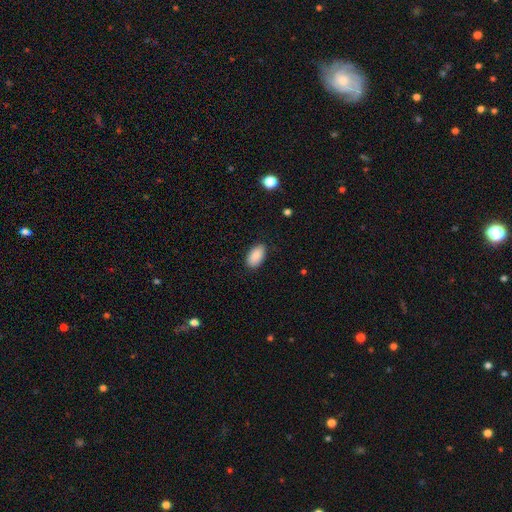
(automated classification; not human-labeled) The model was most divided on "merging": none: 85%, minor disturbance: 11%, major disturbance: 2%, merger: 1%. More confident: how rounded — in between (94%); smooth or featured — smooth (89%).